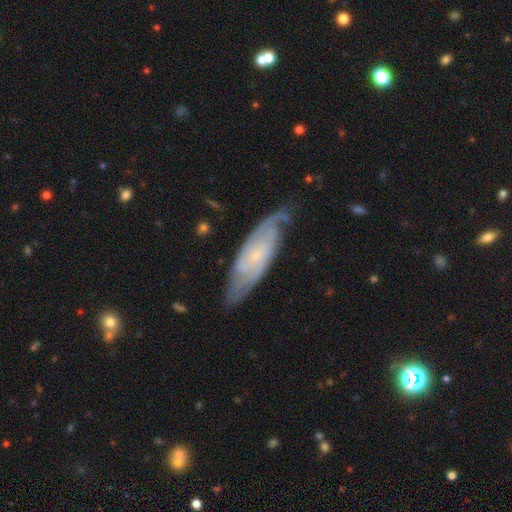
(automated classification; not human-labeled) Smooth or featured?
  - featured or disk: 79% *
  - smooth: 15%
  - star or artifact: 5%
Edge-on disk?
  - no: 85% *
  - yes: 15%
Bar?
  - no: 58% *
  - weak: 33%
  - strong: 9%
Spiral arms?
  - yes: 94% *
  - no: 6%
Spiral winding?
  - tight: 50% *
  - medium: 38%
  - loose: 12%
Spiral arm count?
  - 2: 56% *
  - can't tell: 27%
  - 3: 8%
  - 4: 4%
  - 1: 3%
  - more than 4: 3%
Bulge size?
  - small: 79% *
  - moderate: 13%
  - none: 7%
  - large: 1%
  - dominant: 1%
Merging?
  - none: 73% *
  - minor disturbance: 20%
  - major disturbance: 5%
  - merger: 2%